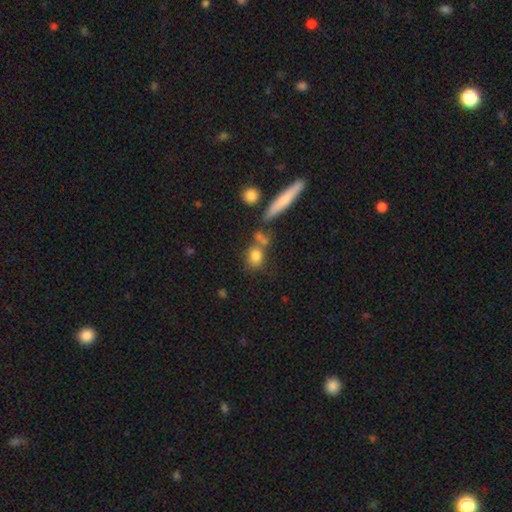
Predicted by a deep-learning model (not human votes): Q: Smooth or featured?
A: smooth (79%); runner-up: featured or disk (11%)
Q: How rounded?
A: round (59%); runner-up: in between (35%)
Q: Merging?
A: none (57%); runner-up: merger (23%)